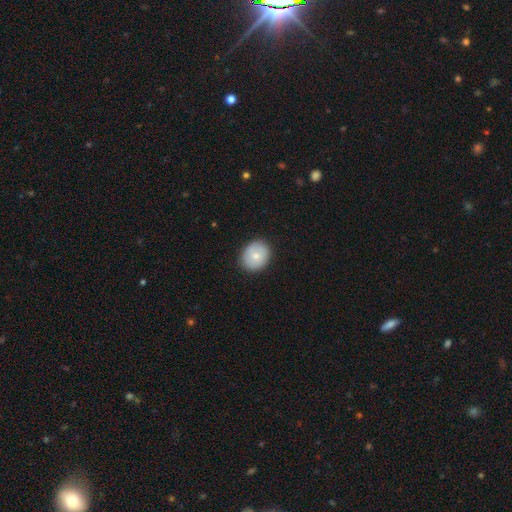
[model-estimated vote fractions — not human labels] This is likely a smooth galaxy (73%). How rounded: likely round (68%). Merging: clearly none (87%).